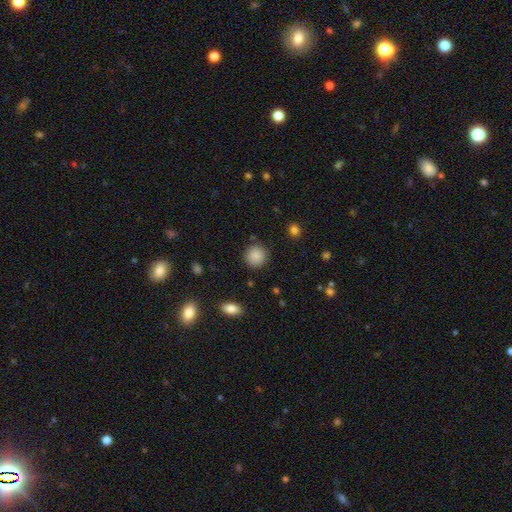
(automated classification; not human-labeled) smooth_or_featured: smooth (p=0.87) [alt: star or artifact p=0.09]
how_rounded: round (p=0.91) [alt: in between p=0.08]
merging: none (p=0.88) [alt: minor disturbance p=0.08]